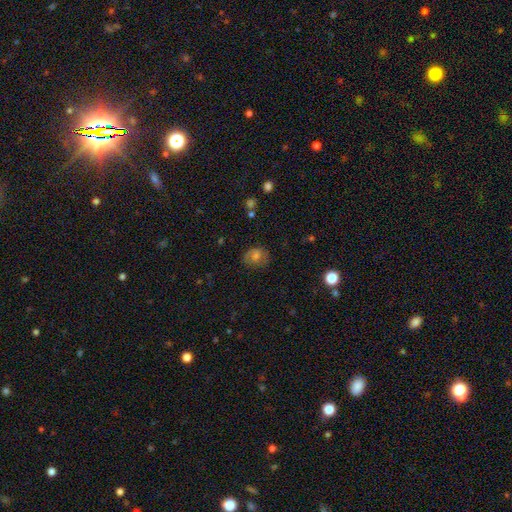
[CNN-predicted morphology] This appears to be a smooth galaxy with no disk features (63%) that is round (65%). Merging: none (74%).